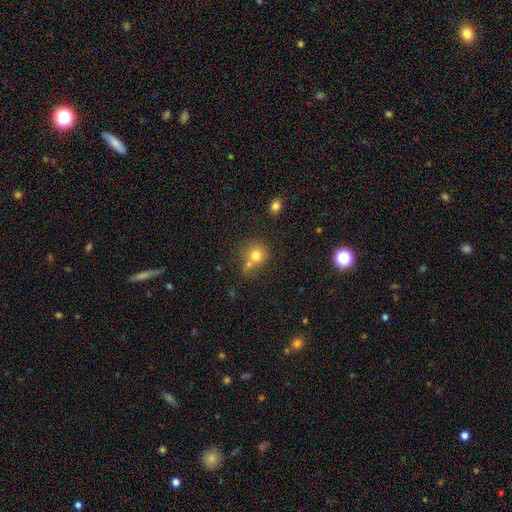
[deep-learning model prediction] Q: Smooth or featured?
A: smooth (76%); runner-up: star or artifact (12%)
Q: How rounded?
A: round (84%); runner-up: in between (15%)
Q: Merging?
A: none (46%); runner-up: merger (37%)